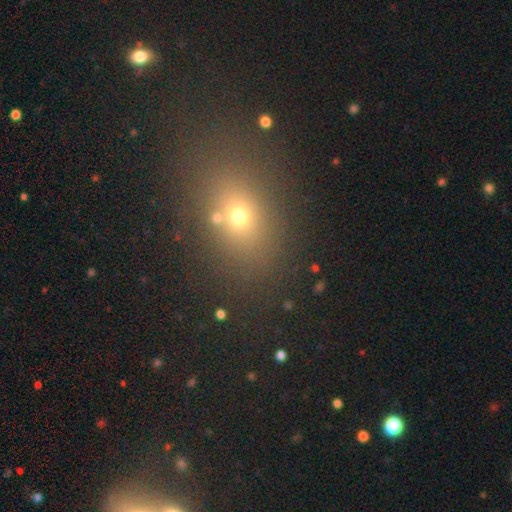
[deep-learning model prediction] Smooth or featured? Predicted: smooth (p=0.55). How rounded? Predicted: in between (p=0.57). Merging? Predicted: none (p=0.77).